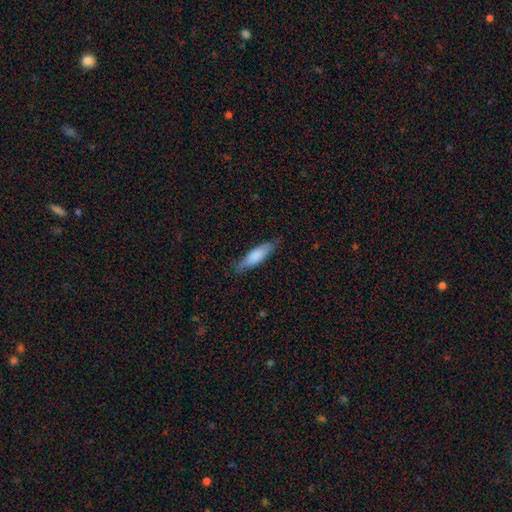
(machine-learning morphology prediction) This is likely a smooth galaxy (79%). How rounded: possibly cigar-shaped (59%). Merging: clearly none (81%).